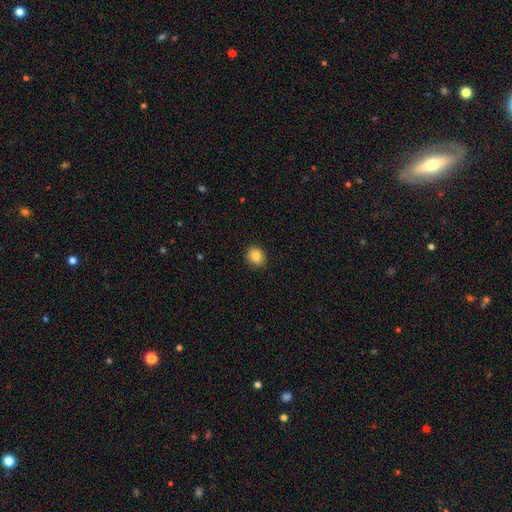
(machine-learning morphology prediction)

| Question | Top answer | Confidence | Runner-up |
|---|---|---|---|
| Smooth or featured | smooth | 84% | star or artifact (9%) |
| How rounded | round | 69% | in between (30%) |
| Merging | none | 87% | minor disturbance (10%) |